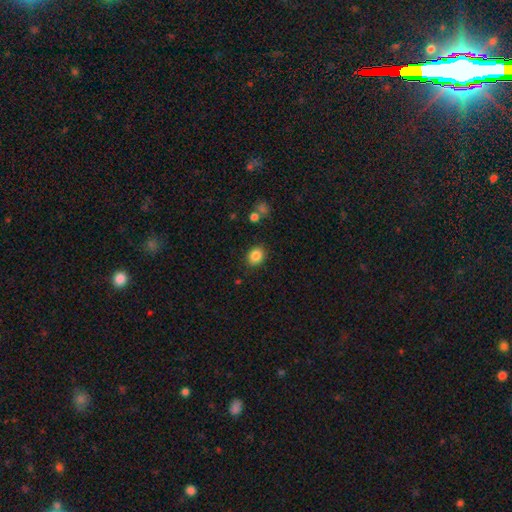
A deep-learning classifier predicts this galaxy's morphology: Overall: smooth (85%). How rounded: round (54%; in between 45%). Merging: none (86%).